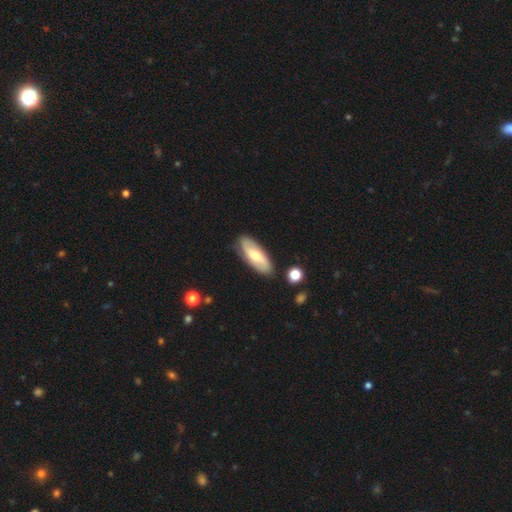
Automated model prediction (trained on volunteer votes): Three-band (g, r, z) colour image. It shows a featured or disk galaxy (52%). Merging: none (83%).